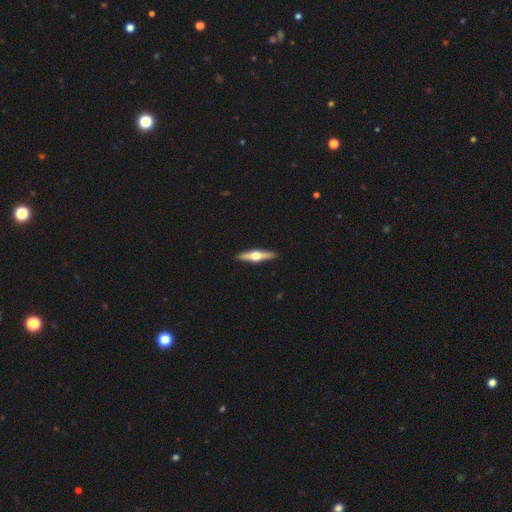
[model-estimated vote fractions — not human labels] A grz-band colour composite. It shows a featured or disk galaxy (69%) viewed edge-on (97%) with a rounded central bulge (96%). Merging: none (92%).